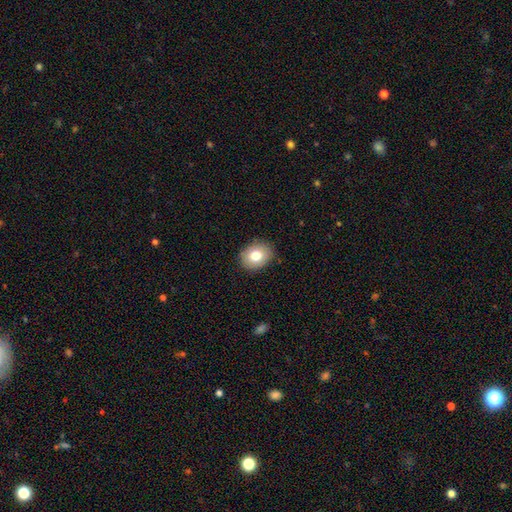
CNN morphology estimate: smooth 78%, featured or disk 13%, star or artifact 9%. Down the decision tree: how rounded — in between (55%); merging — none (88%).